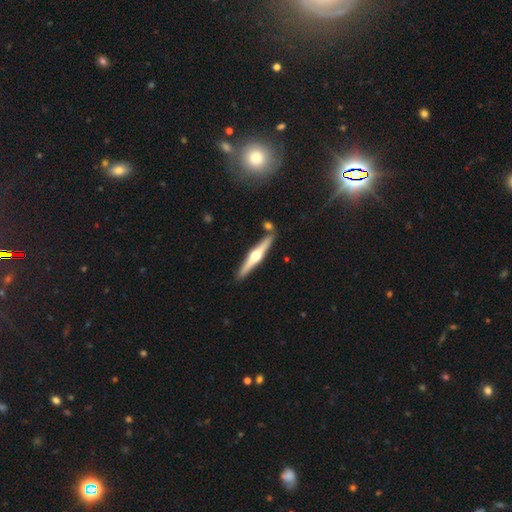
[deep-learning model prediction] featured or disk 74%, smooth 22%, star or artifact 5%. Down the decision tree: edge-on disk — yes (98%); edge-on bulge — rounded (95%); merging — none (85%).